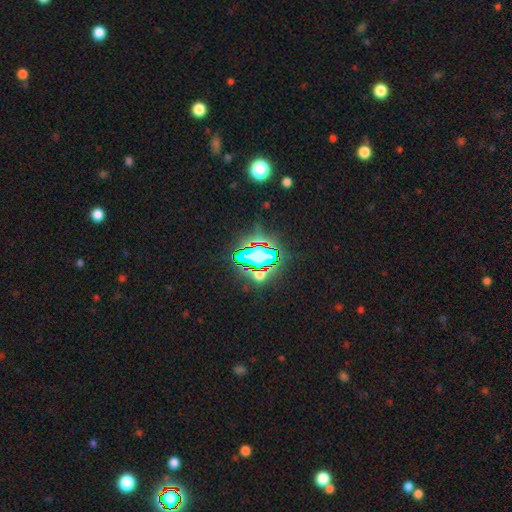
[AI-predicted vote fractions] Q: Smooth or featured?
A: star or artifact (68%); runner-up: smooth (20%)